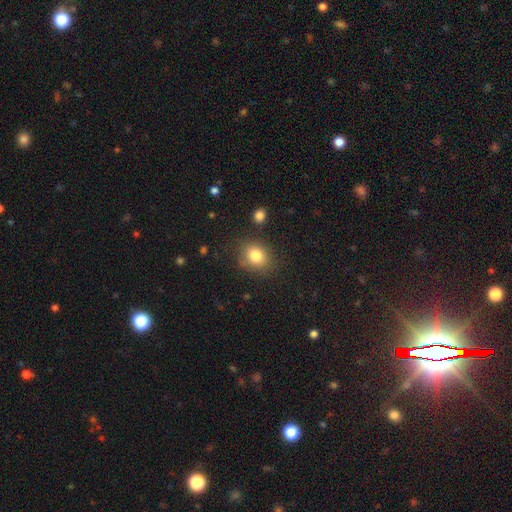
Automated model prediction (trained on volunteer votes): This appears to be a smooth galaxy with no disk features (82%) that is round (59%). Merging: none (79%).